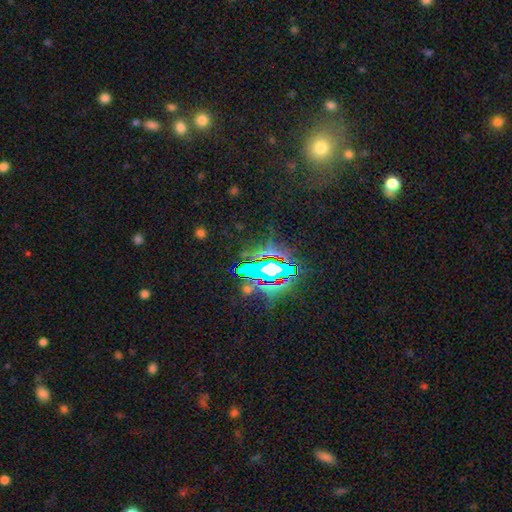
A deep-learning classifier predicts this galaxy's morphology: This is clearly a star or artifact rather than a galaxy (81%).